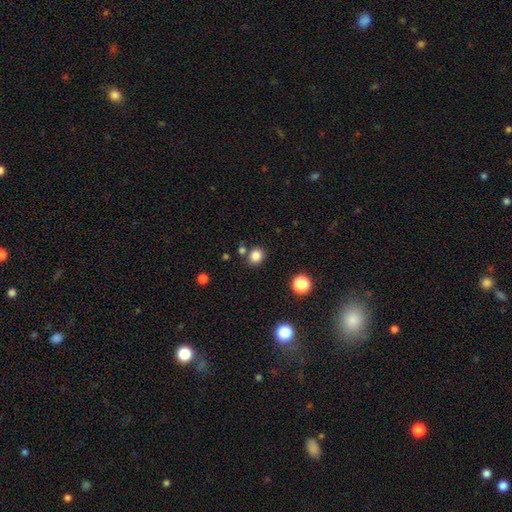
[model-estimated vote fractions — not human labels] This is clearly a smooth galaxy (84%). How rounded: likely round (67%). Merging: likely none (78%).